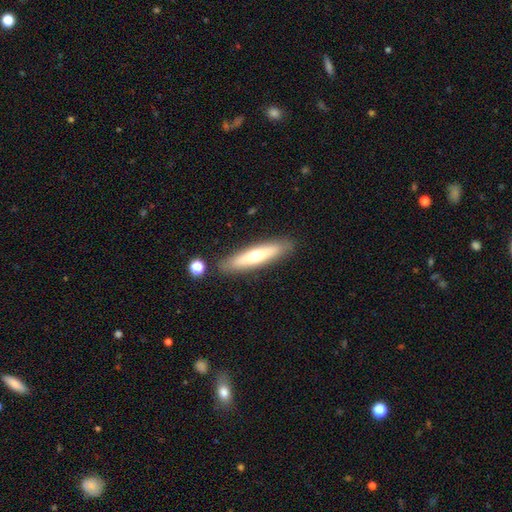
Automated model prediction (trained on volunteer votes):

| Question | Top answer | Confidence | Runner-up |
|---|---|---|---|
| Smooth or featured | smooth | 52% | featured or disk (42%) |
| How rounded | cigar-shaped | 79% | in between (19%) |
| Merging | none | 86% | minor disturbance (9%) |